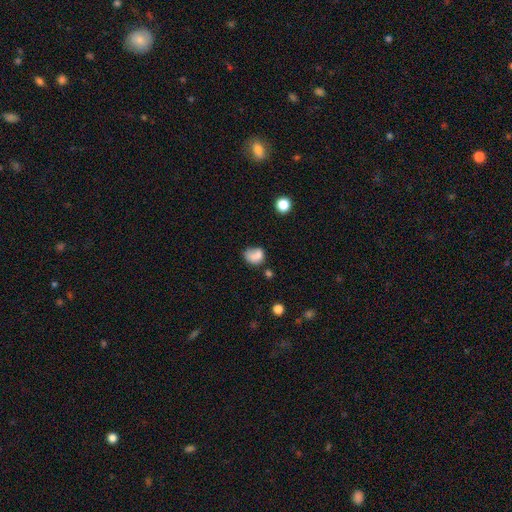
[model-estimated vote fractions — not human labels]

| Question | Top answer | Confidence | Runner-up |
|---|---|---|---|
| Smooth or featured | smooth | 73% | featured or disk (16%) |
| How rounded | round | 52% | in between (46%) |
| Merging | none | 38% | merger (26%) |